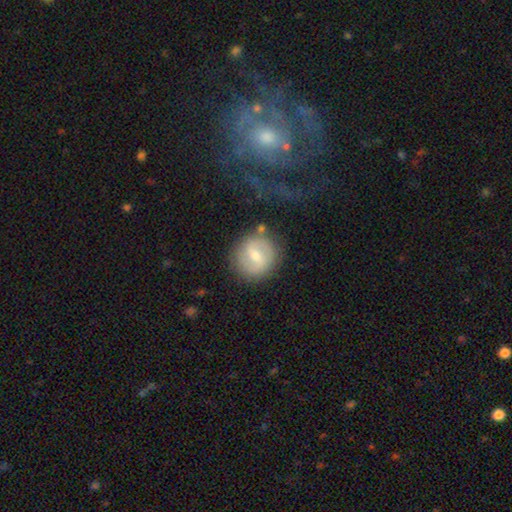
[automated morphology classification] type=featured or disk (52%); edge-on=no (97%); merging=none (79%).